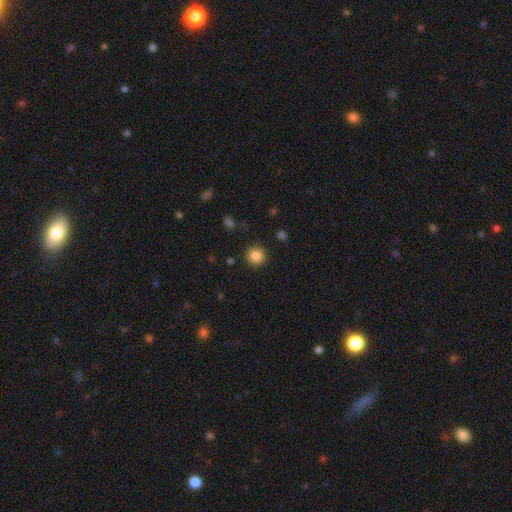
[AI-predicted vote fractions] This appears to be a smooth galaxy with no disk features (86%) that is round (90%). Merging: none (90%).